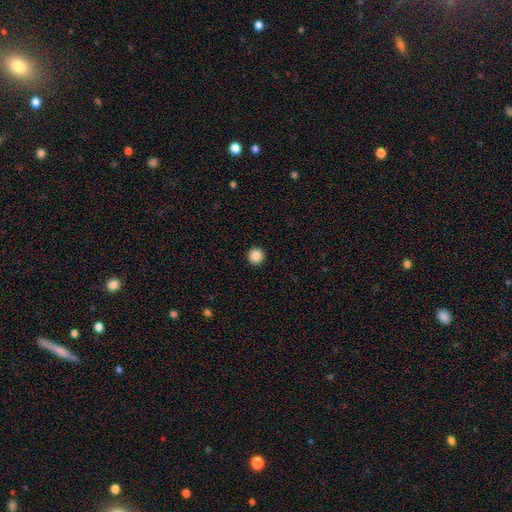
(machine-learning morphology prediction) This appears to be a smooth galaxy with no disk features (87%) that is round (97%). Merging: none (94%).